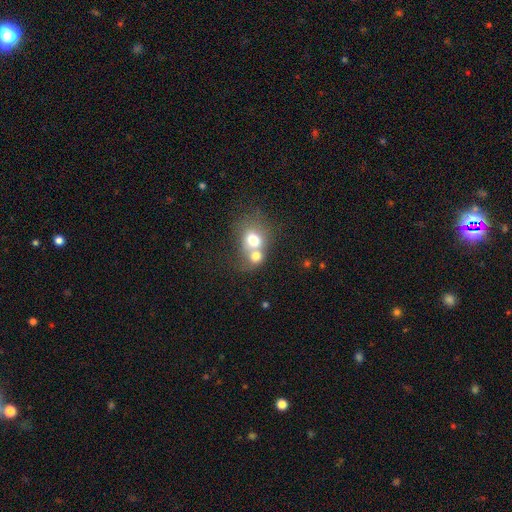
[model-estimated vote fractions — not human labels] Smooth or featured? smooth (69%)
How rounded? round (62%)
Merging? merger (69%)